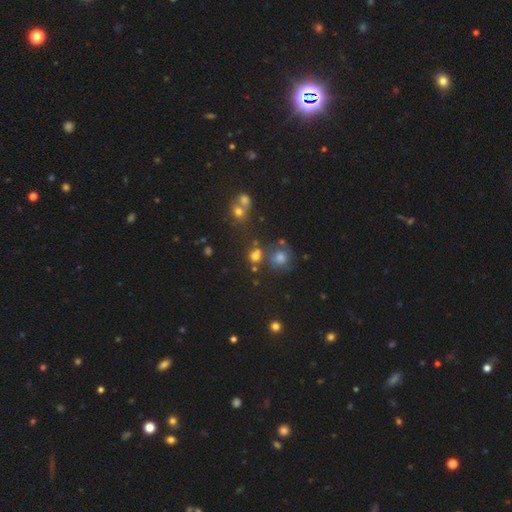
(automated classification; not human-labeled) smooth 70%, star or artifact 20%, featured or disk 10%. Down the decision tree: how rounded — round (77%); merging — none (62%).